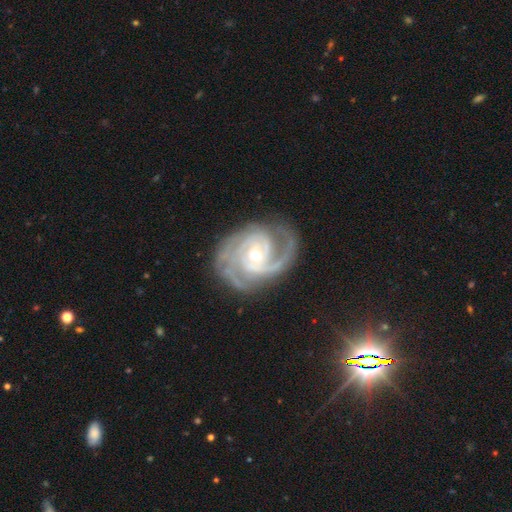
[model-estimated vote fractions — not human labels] This appears to be a featured or disk galaxy (92%) with no bar (62%), 3 (33%) tight (58%) spiral arms (98%) and a moderate central bulge (54%). Merging: none (72%).